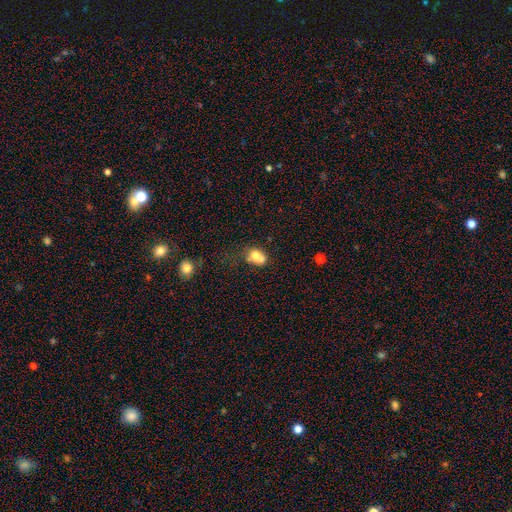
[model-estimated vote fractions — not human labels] The model was most divided on "how rounded": in between: 55%, round: 44%, cigar-shaped: 1%. Remaining: smooth or featured — smooth (70%); merging — merger (44%).